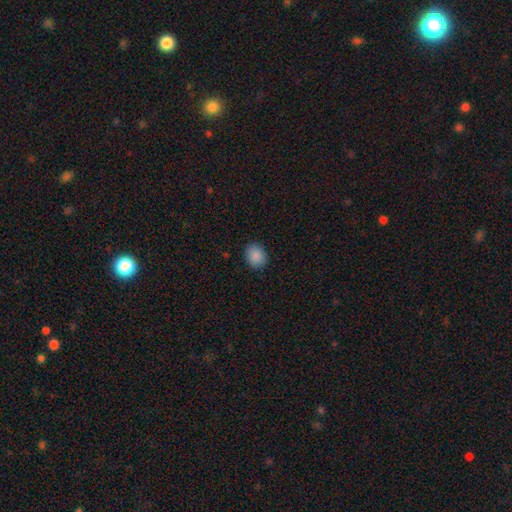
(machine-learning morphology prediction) Overall: smooth (88%). How rounded: round (61%; in between 38%). Merging: none (89%).